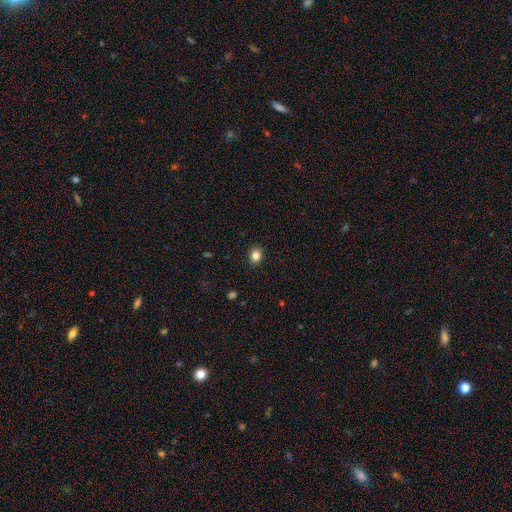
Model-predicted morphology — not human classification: type=smooth (84%); roundness=round (60%); merging=none (91%).